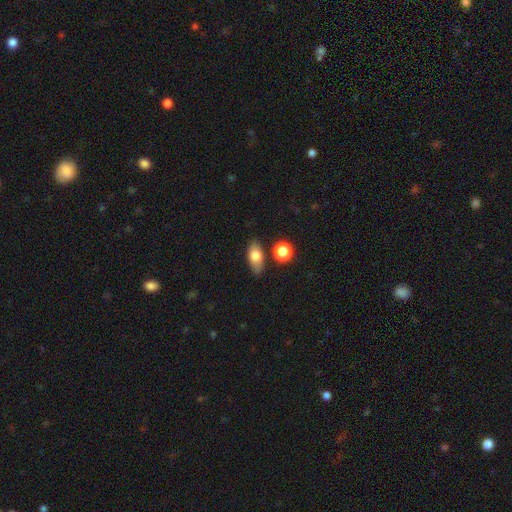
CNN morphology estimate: Smooth or featured? Predicted: smooth (p=0.73). How rounded? Predicted: in between (p=0.81). Merging? Predicted: none (p=0.76).